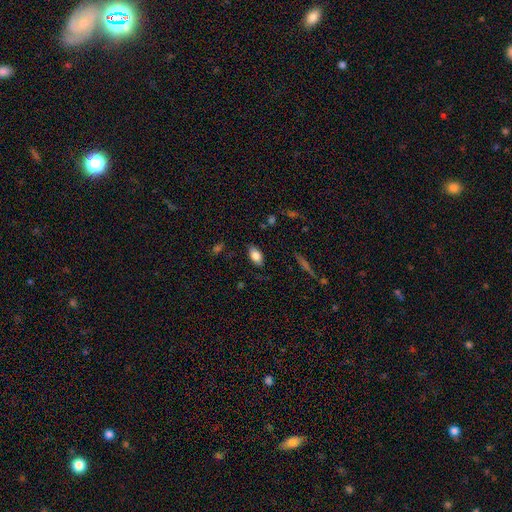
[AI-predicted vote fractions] Q: Smooth or featured?
A: smooth (82%); runner-up: featured or disk (10%)
Q: How rounded?
A: in between (92%); runner-up: round (5%)
Q: Merging?
A: none (82%); runner-up: minor disturbance (14%)